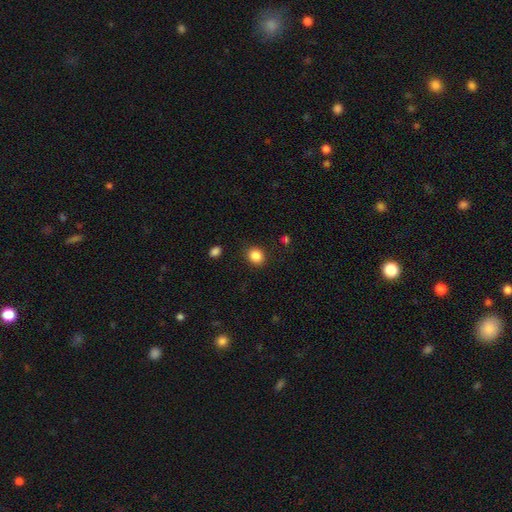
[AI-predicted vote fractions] Smooth or featured? Predicted: smooth (p=0.86). How rounded? Predicted: round (p=0.74). Merging? Predicted: none (p=0.87).